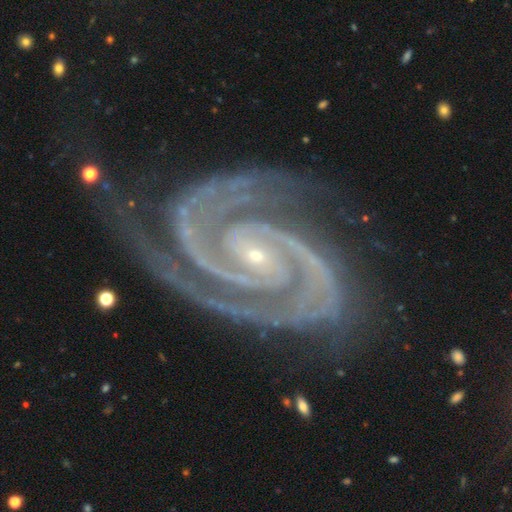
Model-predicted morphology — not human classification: Overall: featured or disk (94%). Edge-on disk: no (98%). Bar: no (50%; weak 25%). Spiral arms: yes (99%). Spiral arm count: 2 (86%). Spiral winding: tight (75%). Bulge size: small (87%). Merging: none (74%).